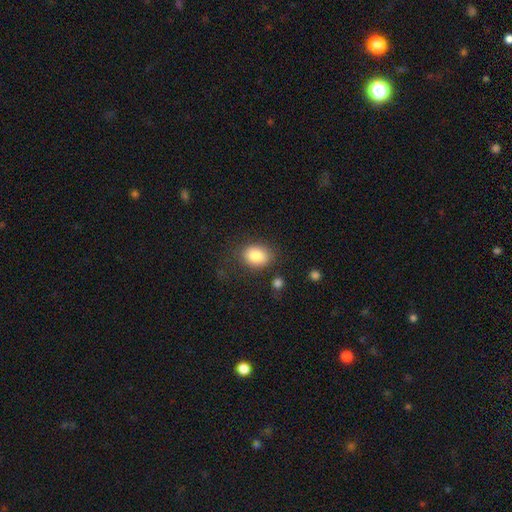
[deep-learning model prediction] Overall: smooth (85%). How rounded: in between (58%; round 41%). Merging: none (76%).